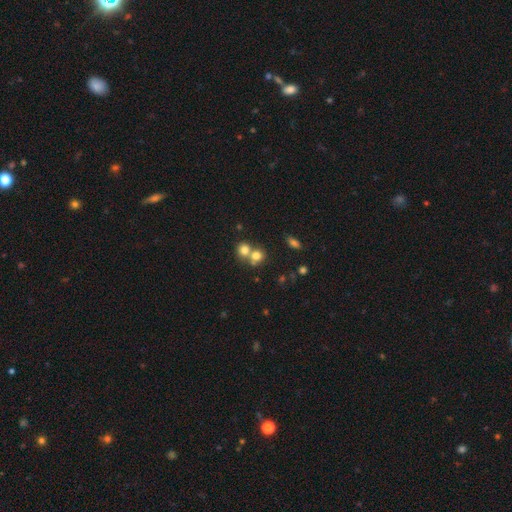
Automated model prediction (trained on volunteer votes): This appears to be a smooth galaxy with no disk features (74%) that is round (77%). Merging: merger (55%).